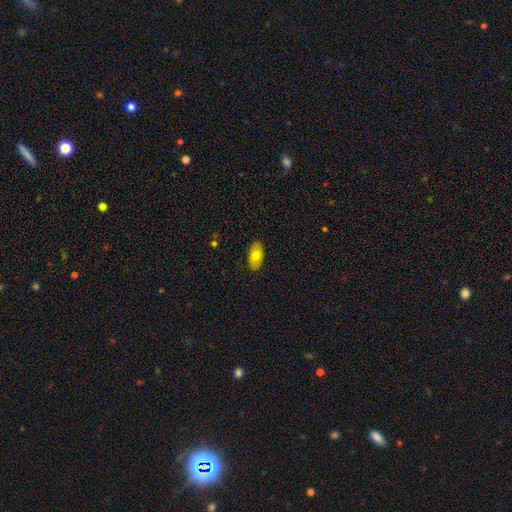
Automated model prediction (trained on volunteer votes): smooth 73%, featured or disk 21%, star or artifact 6%. Down the decision tree: how rounded — in between (93%); merging — none (88%).